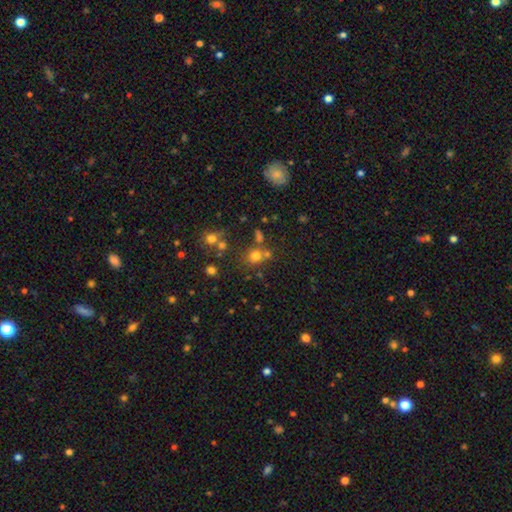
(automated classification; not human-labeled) This is likely a smooth galaxy (69%). How rounded: likely round (80%). Merging: likely none (62%).